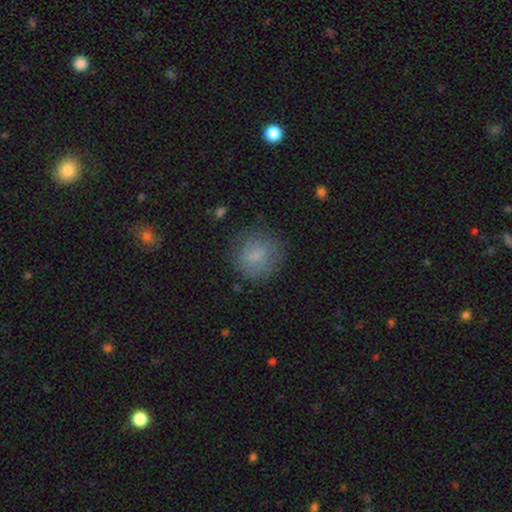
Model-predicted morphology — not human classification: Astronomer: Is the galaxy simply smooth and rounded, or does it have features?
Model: smooth — 75%.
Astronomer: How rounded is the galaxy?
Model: round — 85%.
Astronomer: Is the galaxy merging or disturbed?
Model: none — 74%.